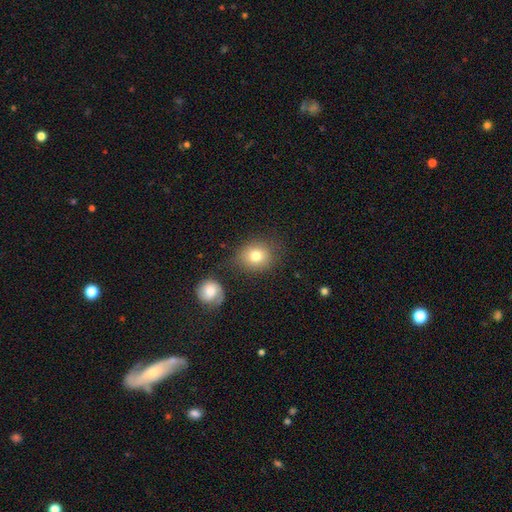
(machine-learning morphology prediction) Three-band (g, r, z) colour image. It shows a smooth galaxy with no disk features (79%) that is round (70%). Merging: none (72%).